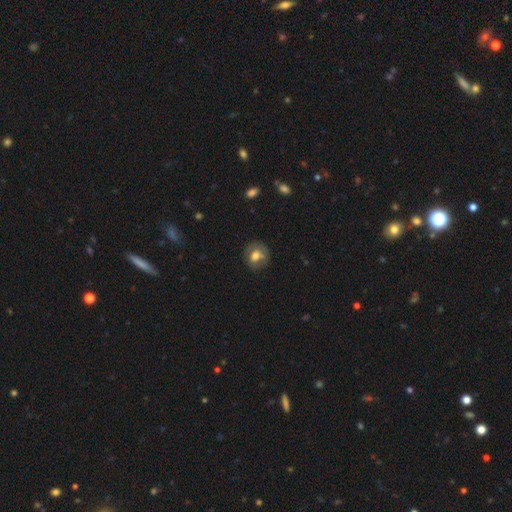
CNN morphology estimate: A smooth galaxy with no disk features (59%) that is round (72%).

Vote fractions:
- Smooth or featured? smooth: 59% / featured or disk: 32% / star or artifact: 9%
- How rounded? round: 72% / in between: 27% / cigar-shaped: 1%
- Merging? none: 74% / minor disturbance: 18% / major disturbance: 6% / merger: 2%